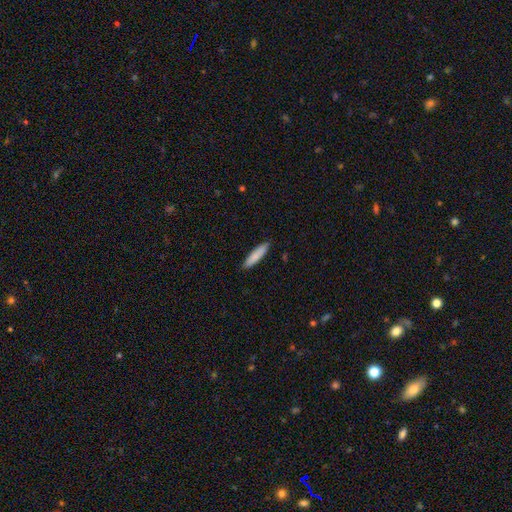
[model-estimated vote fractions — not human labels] smooth 84%, featured or disk 10%, star or artifact 5%. Down the decision tree: how rounded — cigar-shaped (80%); merging — none (90%).